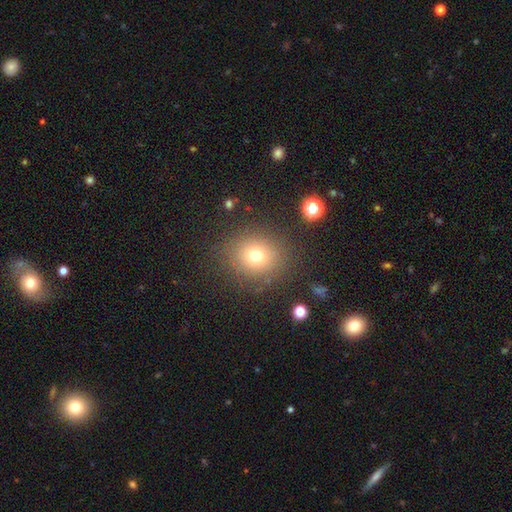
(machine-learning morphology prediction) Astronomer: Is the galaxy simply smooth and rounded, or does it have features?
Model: smooth — 73%.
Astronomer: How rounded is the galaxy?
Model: round — 80%.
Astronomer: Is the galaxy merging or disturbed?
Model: none — 84%.